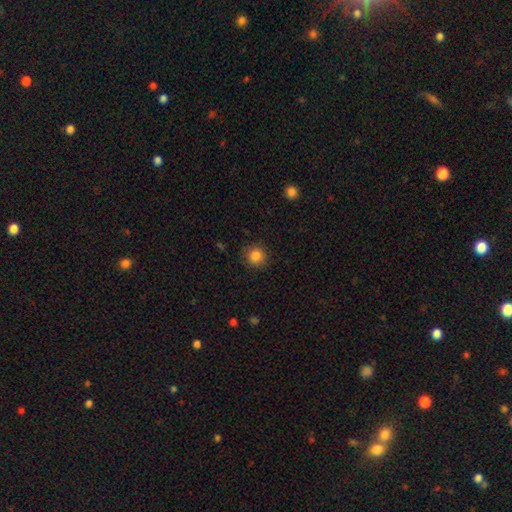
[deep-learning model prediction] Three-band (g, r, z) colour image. It shows a smooth galaxy with no disk features (85%) that is round (91%). Merging: none (89%).